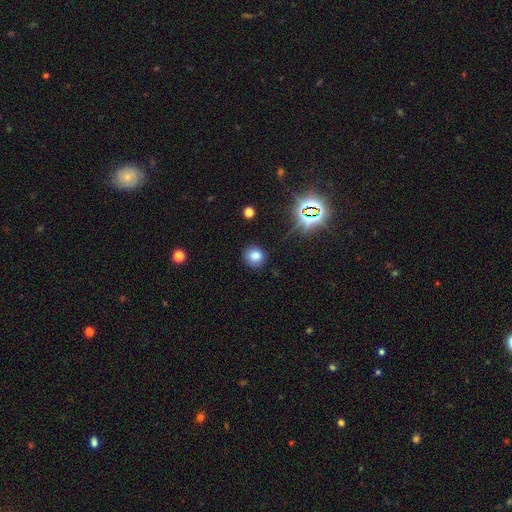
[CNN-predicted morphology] This is likely a smooth galaxy (76%). How rounded: clearly round (88%). Merging: clearly none (88%).